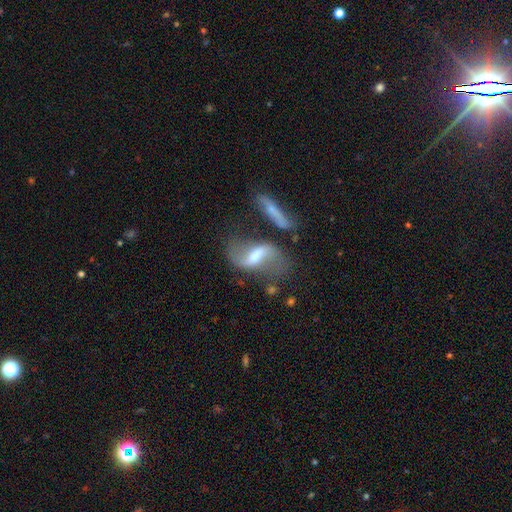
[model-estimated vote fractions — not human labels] Morphology: type=featured or disk (77%); edge-on=no (92%); bar=strong (45%); spiral arms=yes (85%); winding=loose (81%); arm count=2 (89%); bulge=moderate (47%); merging=none (54%).